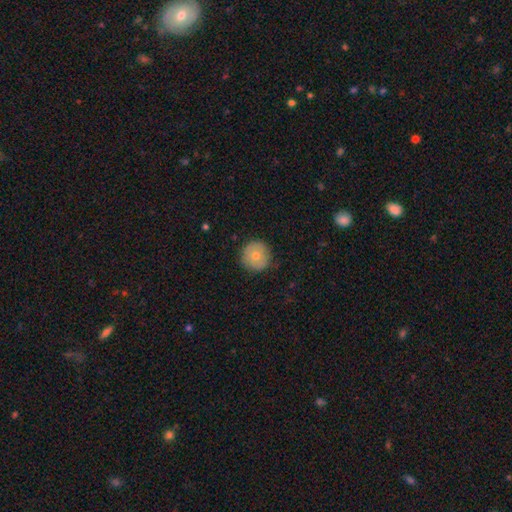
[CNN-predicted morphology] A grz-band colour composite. It shows a smooth galaxy with no disk features (73%) that is round (95%). Merging: none (86%).